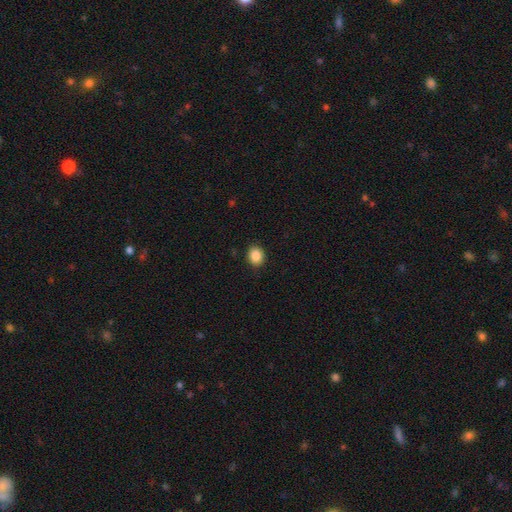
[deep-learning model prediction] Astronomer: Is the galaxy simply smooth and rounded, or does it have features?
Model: smooth — 87%.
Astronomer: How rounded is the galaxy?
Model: round — 60% (runner-up: in between, 39%).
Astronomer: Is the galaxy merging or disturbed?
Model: none — 90%.